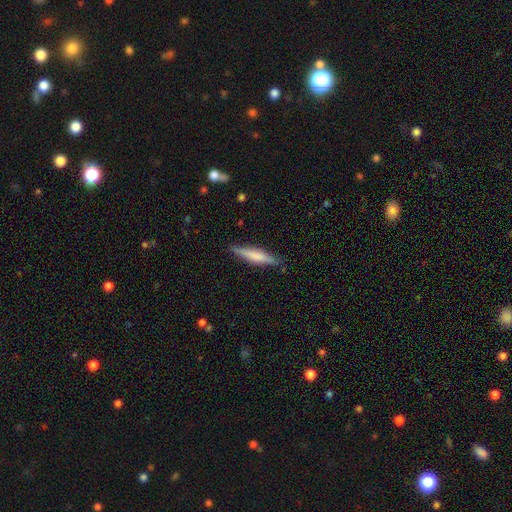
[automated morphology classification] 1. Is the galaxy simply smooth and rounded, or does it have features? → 57% smooth, 37% featured or disk, 6% star or artifact.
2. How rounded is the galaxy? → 87% cigar-shaped, 11% in between, 1% round.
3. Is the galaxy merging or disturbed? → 86% none, 10% minor disturbance, 2% major disturbance, 1% merger.